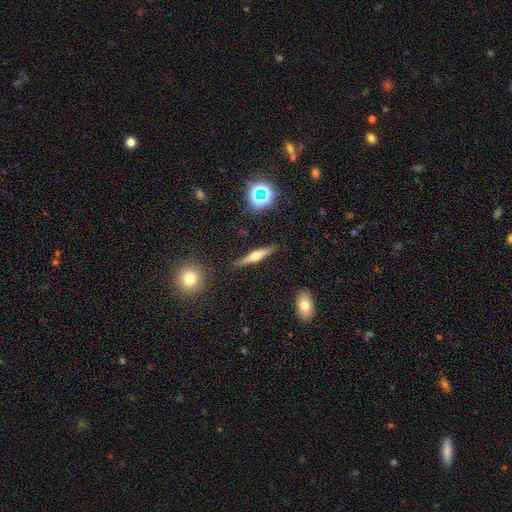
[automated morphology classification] This appears to be a featured or disk galaxy (54%) viewed edge-on (94%) with a rounded central bulge (88%). Merging: none (87%).